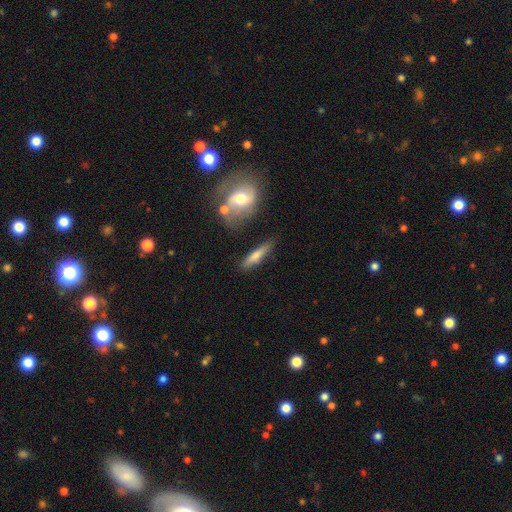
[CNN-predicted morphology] Overall: smooth (65%; featured or disk 29%). How rounded: cigar-shaped (80%). Merging: none (73%).